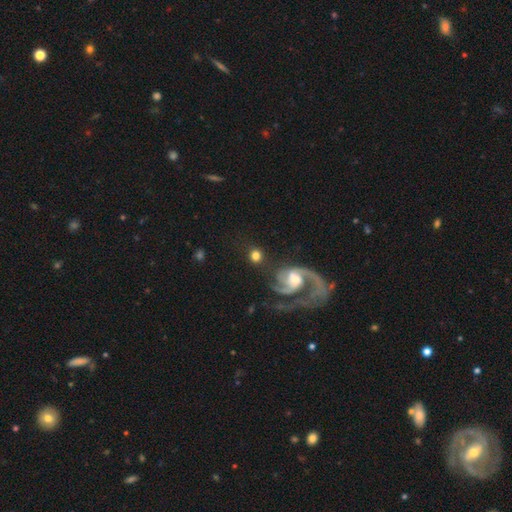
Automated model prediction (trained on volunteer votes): Smooth or featured? Predicted: smooth (p=0.67). How rounded? Predicted: round (p=0.88). Merging? Predicted: none (p=0.76).